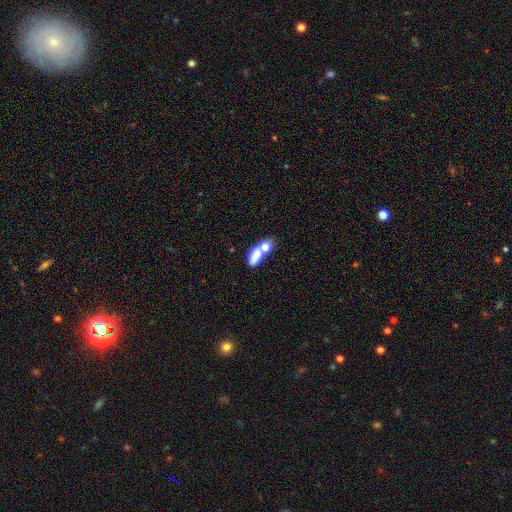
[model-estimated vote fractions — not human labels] smooth 75%, featured or disk 16%, star or artifact 9%. Down the decision tree: how rounded — in between (78%); merging — merger (57%).